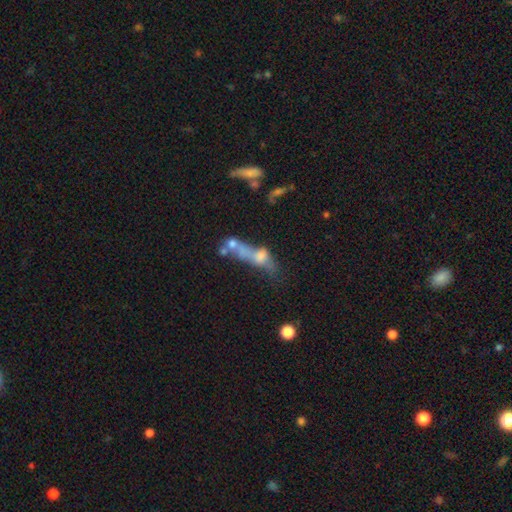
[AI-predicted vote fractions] smooth_or_featured: featured or disk (p=0.43) [alt: smooth p=0.39]
merging: merger (p=0.45) [alt: major disturbance p=0.23]